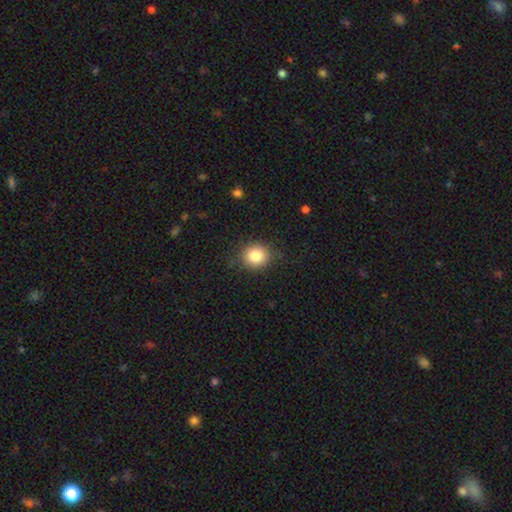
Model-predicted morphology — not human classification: A smooth galaxy with no disk features (83%) that is round (82%). Merging: none (87%).